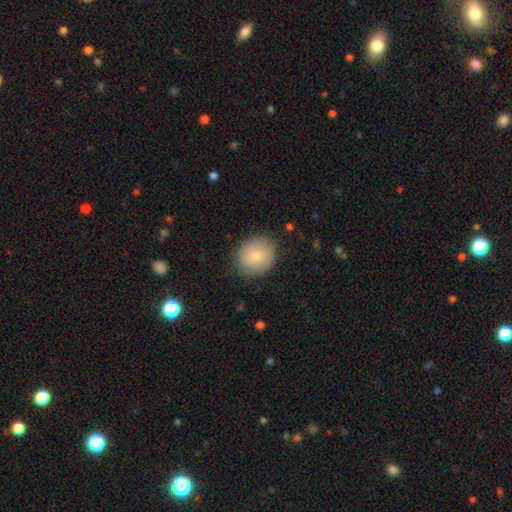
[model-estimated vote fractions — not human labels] This is likely a smooth galaxy (79%). How rounded: likely round (78%). Merging: clearly none (84%).